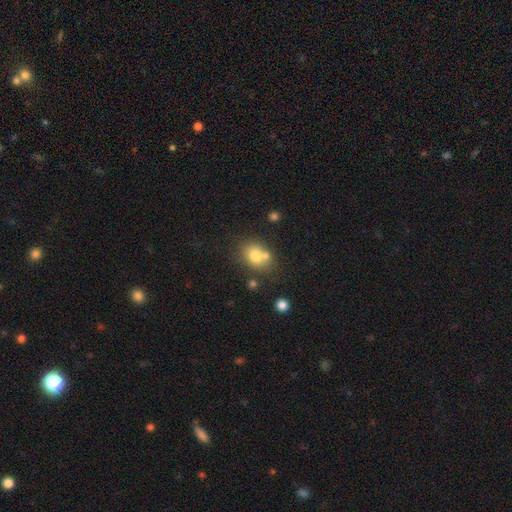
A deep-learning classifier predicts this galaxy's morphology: Q: Smooth or featured?
A: smooth (76%); runner-up: featured or disk (13%)
Q: How rounded?
A: round (59%); runner-up: in between (40%)
Q: Merging?
A: none (57%); runner-up: merger (26%)